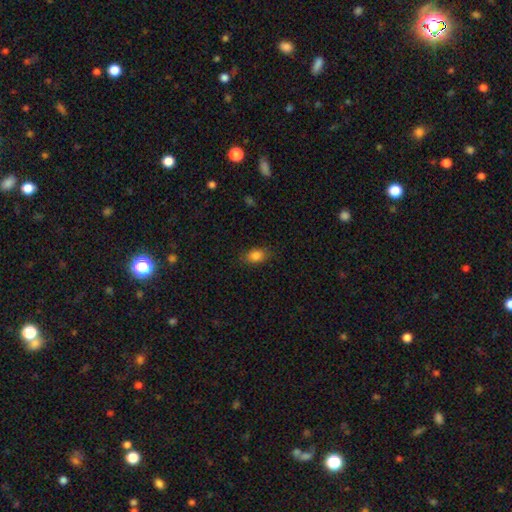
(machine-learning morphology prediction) Overall: smooth (84%). How rounded: in between (82%). Merging: none (83%).